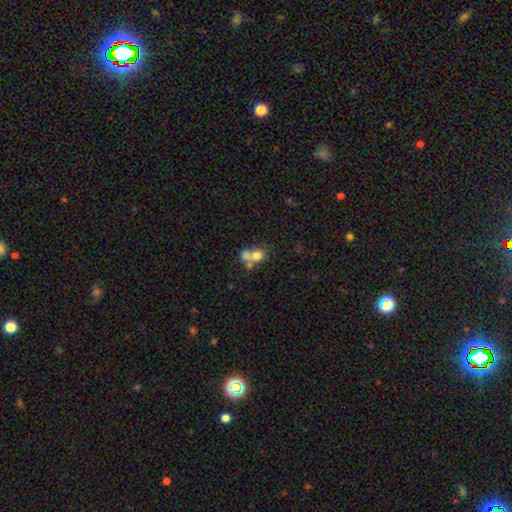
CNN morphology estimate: A smooth galaxy with no disk features (68%) that is round (63%). Merging: merger (62%).